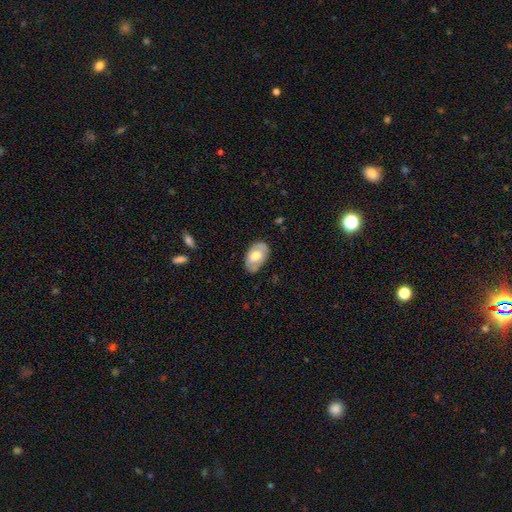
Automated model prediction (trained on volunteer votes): Q: Smooth or featured?
A: smooth (51%); runner-up: featured or disk (43%)
Q: How rounded?
A: in between (90%); runner-up: round (9%)
Q: Merging?
A: none (78%); runner-up: minor disturbance (17%)